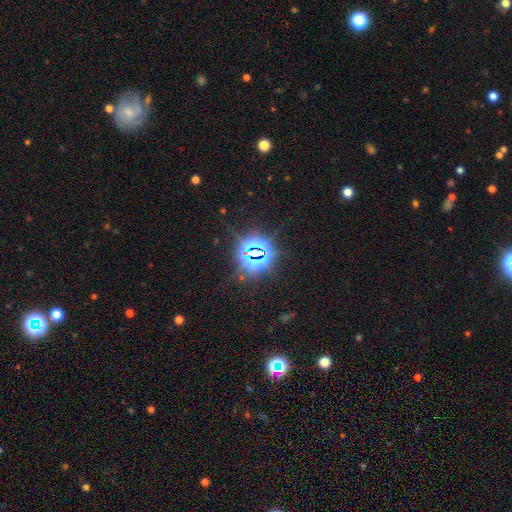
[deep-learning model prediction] The model was most divided on "smooth or featured": star or artifact: 84%, smooth: 9%, featured or disk: 7%.